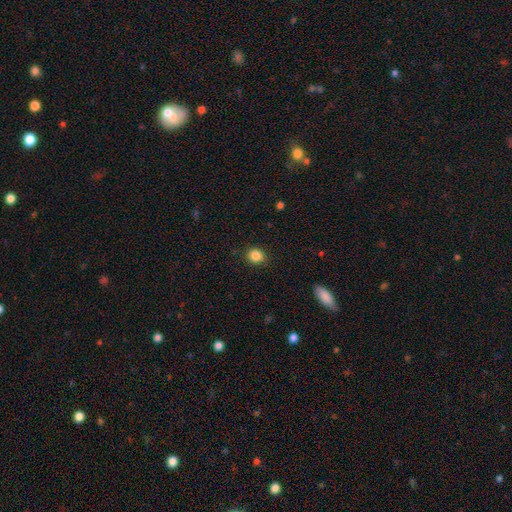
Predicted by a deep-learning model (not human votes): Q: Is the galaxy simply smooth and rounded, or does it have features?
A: smooth — 86%.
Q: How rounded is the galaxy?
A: round — 78%.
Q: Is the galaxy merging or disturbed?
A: none — 90%.